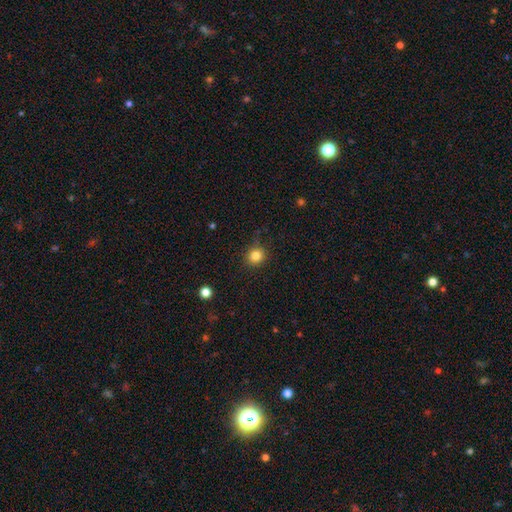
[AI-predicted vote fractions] A smooth galaxy with no disk features (83%) that is round (86%). Merging: none (86%).